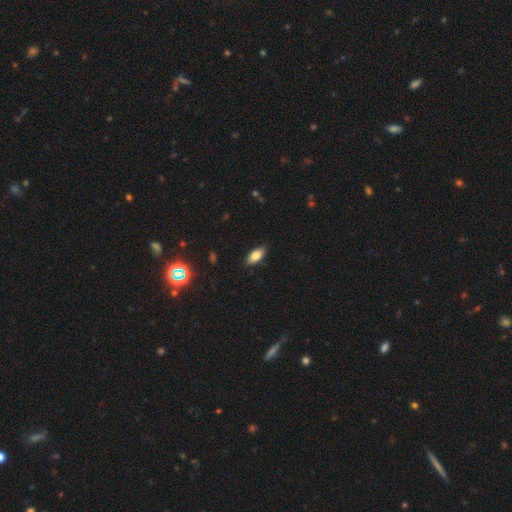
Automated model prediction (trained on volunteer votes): smooth-or-featured: smooth: 79% | featured or disk: 12% | star or artifact: 9%
  how-rounded: in between: 87% | cigar-shaped: 10% | round: 3%
  merging: none: 86% | minor disturbance: 11% | major disturbance: 2% | merger: 1%